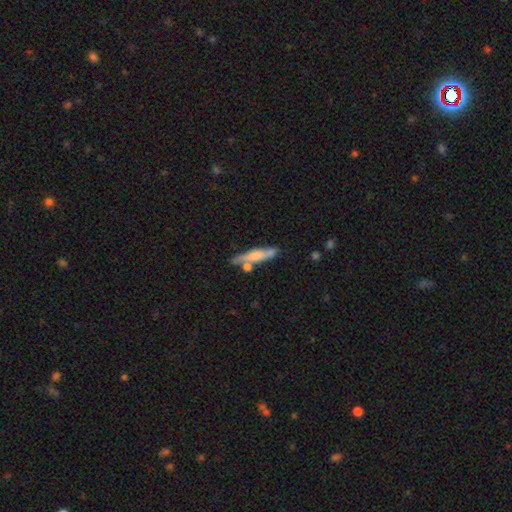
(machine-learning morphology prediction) Q: Smooth or featured?
A: smooth (56%); runner-up: featured or disk (38%)
Q: How rounded?
A: cigar-shaped (85%); runner-up: in between (13%)
Q: Merging?
A: none (62%); runner-up: minor disturbance (18%)